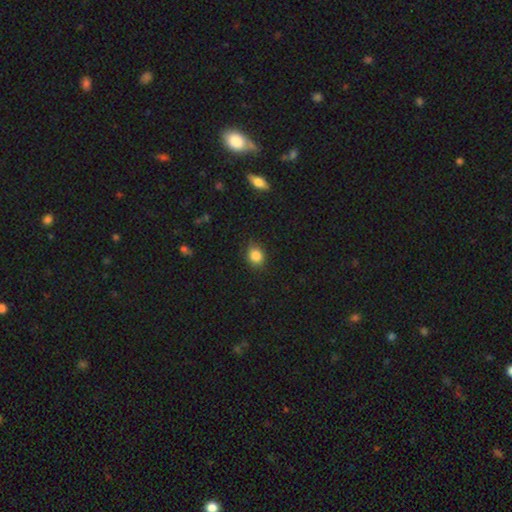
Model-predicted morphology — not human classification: Smooth or featured: smooth — 85% (star or artifact — 10%)
How rounded: round — 62% (in between — 37%)
Merging: none — 81% (minor disturbance — 15%)